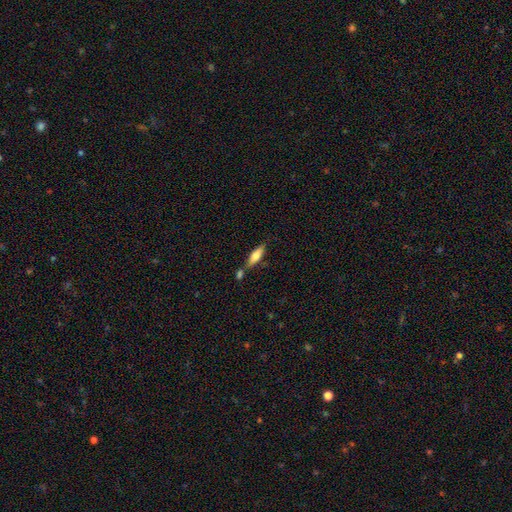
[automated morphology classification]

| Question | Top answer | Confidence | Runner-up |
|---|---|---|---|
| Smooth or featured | smooth | 65% | featured or disk (29%) |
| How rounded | cigar-shaped | 55% | in between (43%) |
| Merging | none | 60% | merger (21%) |